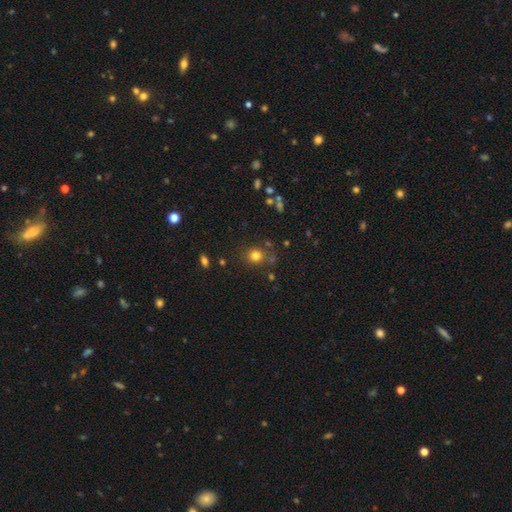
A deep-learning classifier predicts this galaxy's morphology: A smooth galaxy with no disk features (78%) that is round (83%).

Vote fractions:
- Smooth or featured? smooth: 78% / star or artifact: 15% / featured or disk: 7%
- How rounded? round: 83% / in between: 16% / cigar-shaped: 1%
- Merging? none: 79% / minor disturbance: 11% / merger: 6% / major disturbance: 4%